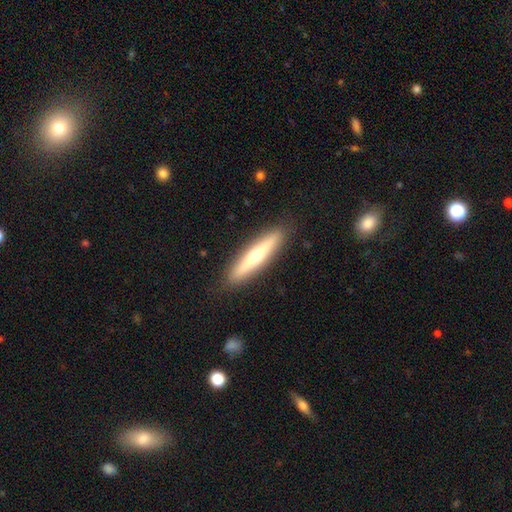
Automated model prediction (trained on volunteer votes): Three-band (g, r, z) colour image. It shows a featured or disk galaxy (49%). Merging: none (90%).